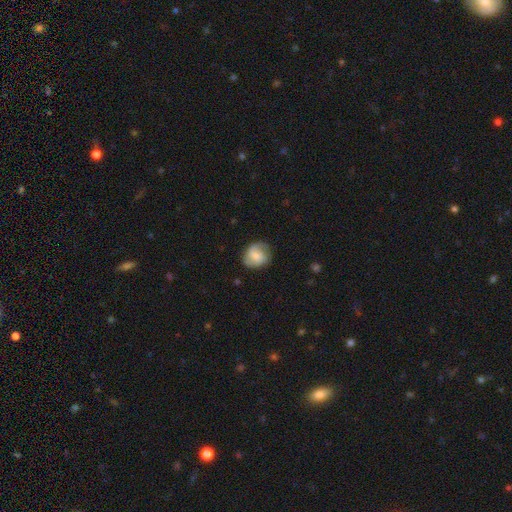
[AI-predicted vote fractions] The model was most divided on "smooth or featured": smooth: 52%, featured or disk: 40%, star or artifact: 8%. More confident: merging — none (70%); how rounded — round (70%).